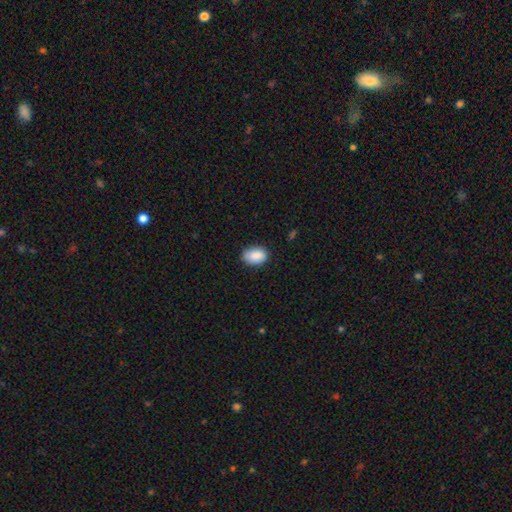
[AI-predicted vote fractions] A smooth galaxy with no disk features (89%) that is in between round and cigar-shaped (84%).

Vote fractions:
- Smooth or featured? smooth: 89% / star or artifact: 7% / featured or disk: 5%
- How rounded? in between: 84% / round: 15% / cigar-shaped: 1%
- Merging? none: 80% / minor disturbance: 16% / major disturbance: 3% / merger: 1%